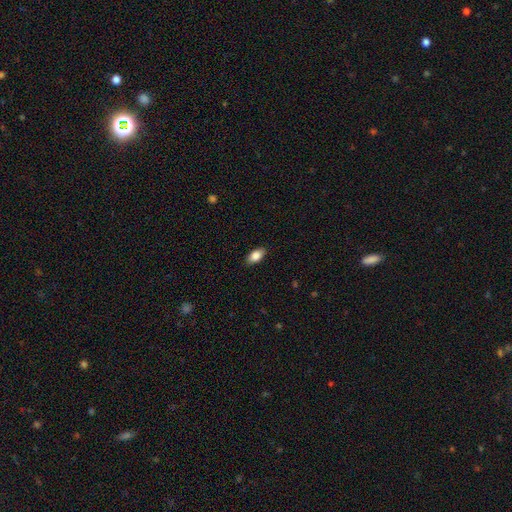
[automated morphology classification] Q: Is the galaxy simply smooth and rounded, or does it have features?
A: smooth — 85%.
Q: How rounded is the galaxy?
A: in between — 90%.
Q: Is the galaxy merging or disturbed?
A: none — 88%.